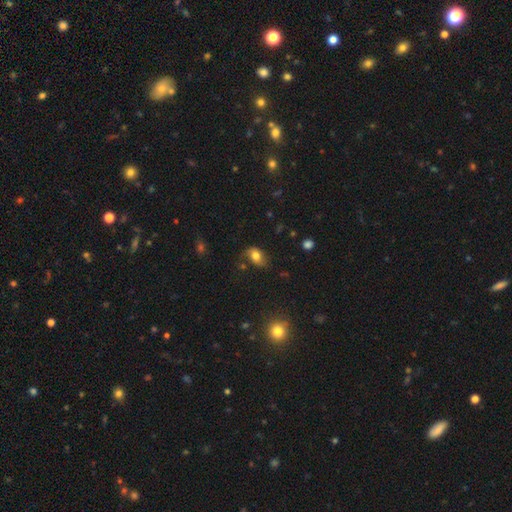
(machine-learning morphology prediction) smooth 71%, featured or disk 19%, star or artifact 10%. Down the decision tree: how rounded — in between (81%); merging — none (58%).